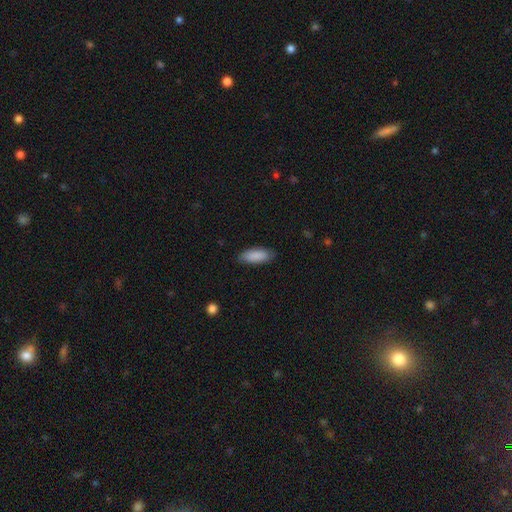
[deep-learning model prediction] A smooth galaxy with no disk features (89%) that is in between round and cigar-shaped (74%). Merging: none (84%).